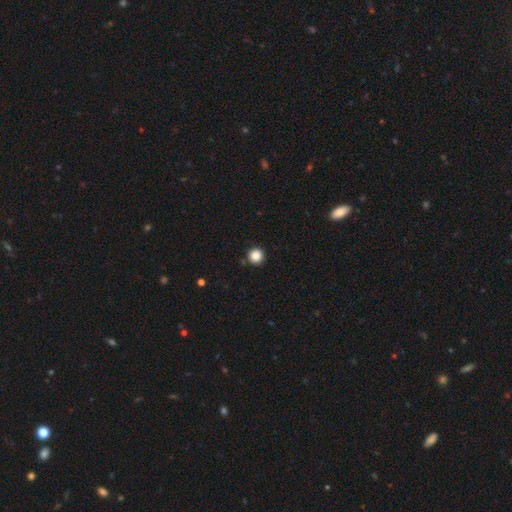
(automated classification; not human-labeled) A smooth galaxy with no disk features (85%) that is round (96%). Merging: none (91%).